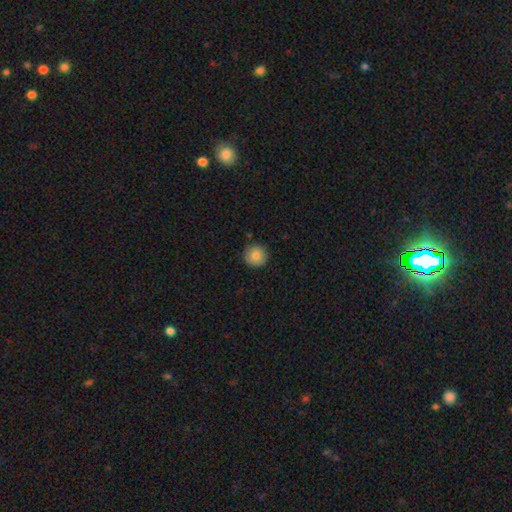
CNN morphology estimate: Overall: smooth (83%). How rounded: round (95%). Merging: none (88%).